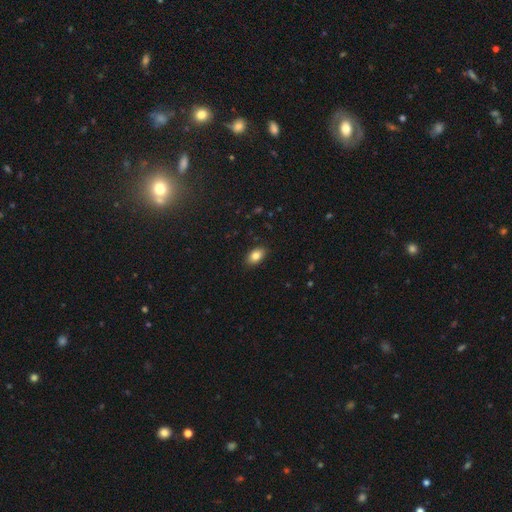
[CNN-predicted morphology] Overall: smooth (85%). How rounded: in between (90%). Merging: none (88%).